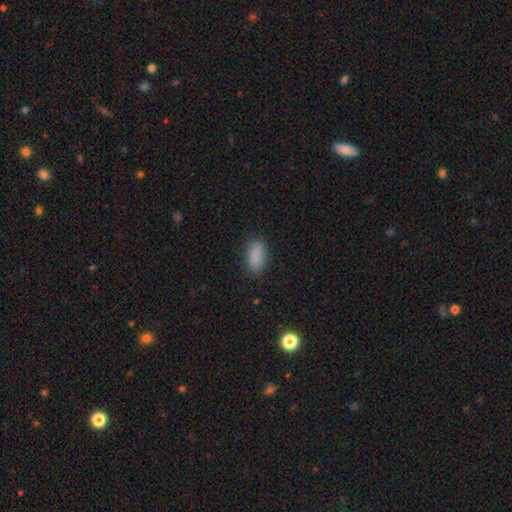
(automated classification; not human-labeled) Smooth or featured?
  - smooth: 88% *
  - star or artifact: 9%
  - featured or disk: 4%
How rounded?
  - in between: 90% *
  - cigar-shaped: 6%
  - round: 4%
Merging?
  - none: 84% *
  - minor disturbance: 12%
  - major disturbance: 3%
  - merger: 1%